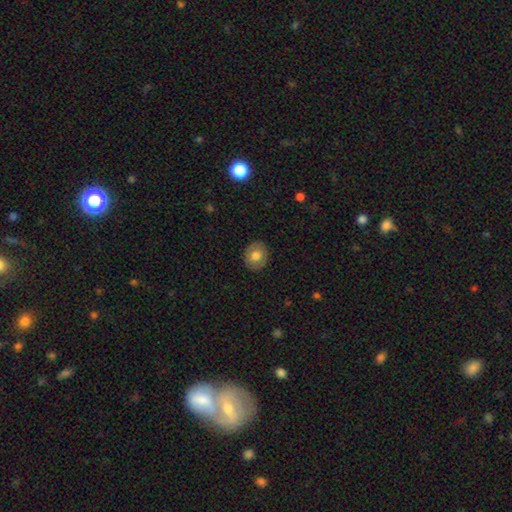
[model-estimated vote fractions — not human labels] Morphology: type=smooth (72%); roundness=round (63%); merging=none (88%).